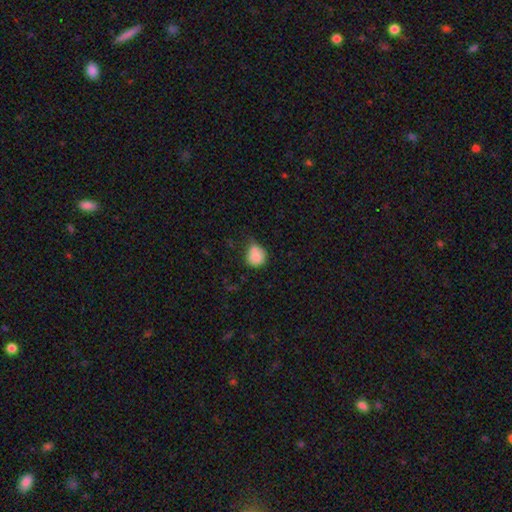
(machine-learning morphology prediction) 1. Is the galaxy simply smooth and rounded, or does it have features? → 83% smooth, 9% star or artifact, 8% featured or disk.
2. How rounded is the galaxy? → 77% round, 22% in between, 1% cigar-shaped.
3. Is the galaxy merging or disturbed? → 42% none, 38% minor disturbance, 10% major disturbance, 10% merger.